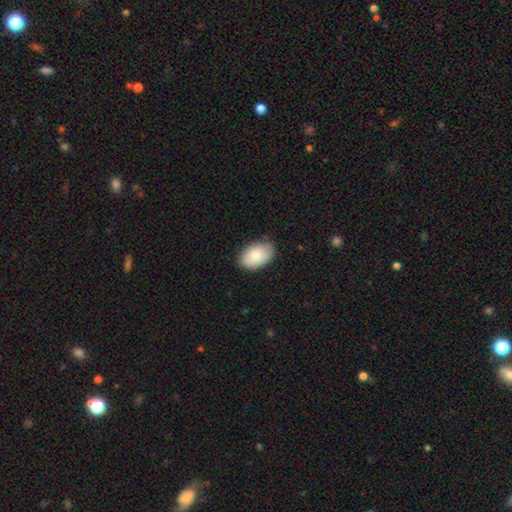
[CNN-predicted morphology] Overall: smooth (85%). How rounded: in between (92%). Merging: none (81%).